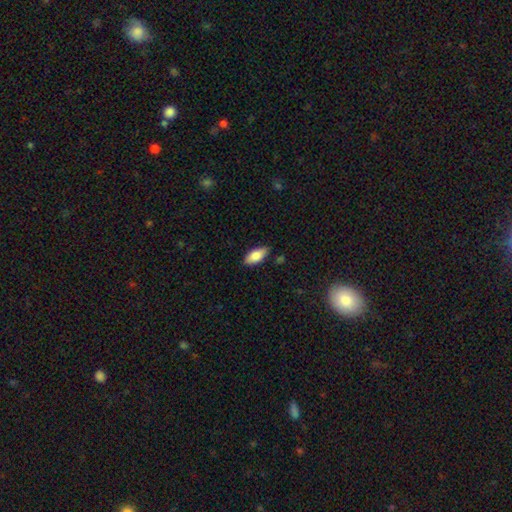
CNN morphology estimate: Smooth or featured? smooth (80%)
How rounded? in between (87%)
Merging? none (84%)